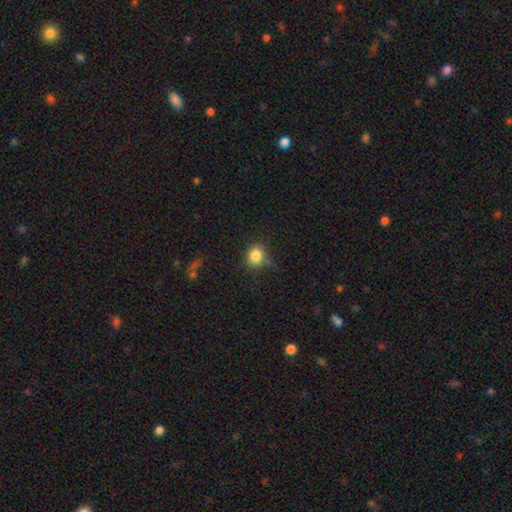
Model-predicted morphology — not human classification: smooth_or_featured: smooth (p=0.84) [alt: star or artifact p=0.11]
how_rounded: round (p=0.76) [alt: in between p=0.23]
merging: none (p=0.76) [alt: minor disturbance p=0.16]